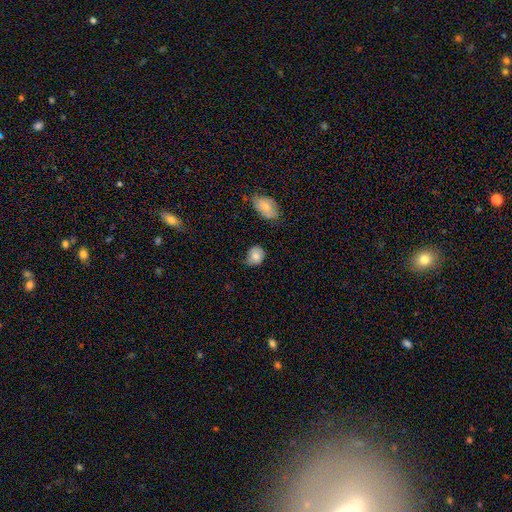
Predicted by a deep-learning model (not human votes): A smooth galaxy with no disk features (78%) that is round (60%). Merging: none (59%).